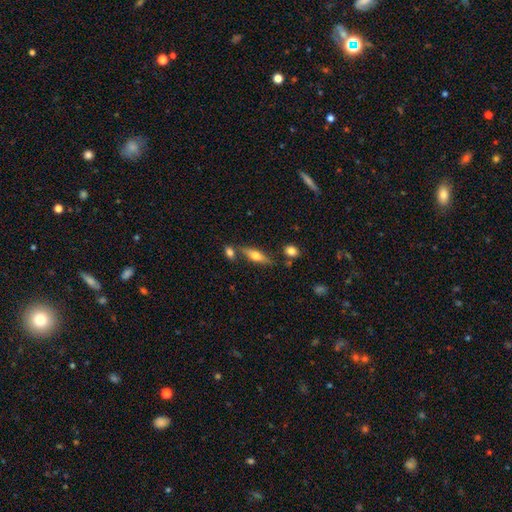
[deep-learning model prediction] A smooth galaxy with no disk features (48%).

Vote fractions:
- Smooth or featured? smooth: 48% / featured or disk: 45% / star or artifact: 7%
- Merging? none: 72% / minor disturbance: 13% / merger: 12% / major disturbance: 4%